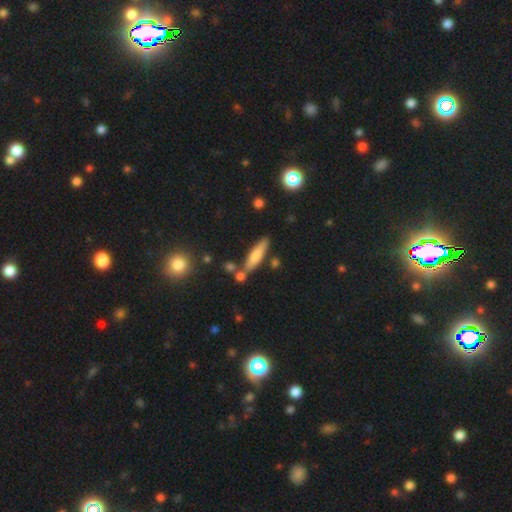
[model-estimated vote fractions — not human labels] The model was most divided on "smooth or featured": smooth: 70%, featured or disk: 22%, star or artifact: 8%. More confident: how rounded — cigar-shaped (75%); merging — none (73%).